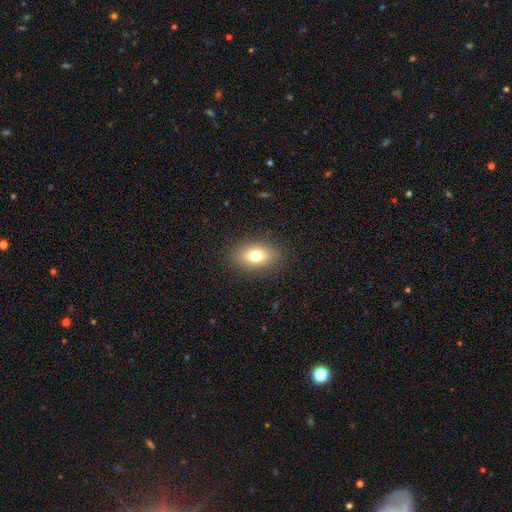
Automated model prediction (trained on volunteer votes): The model was most divided on "smooth or featured": smooth: 76%, featured or disk: 14%, star or artifact: 10%. More confident: merging — none (87%); how rounded — in between (84%).